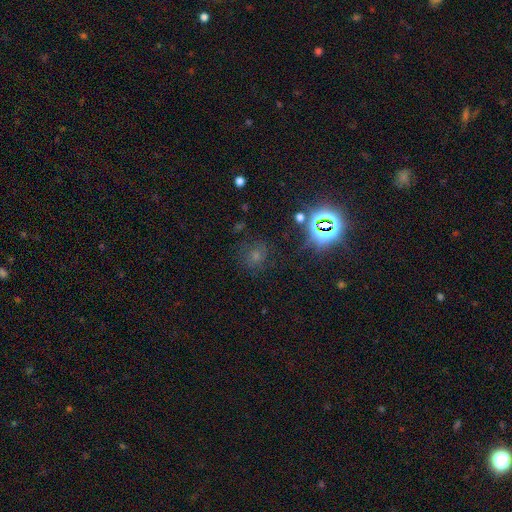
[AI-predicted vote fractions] Smooth or featured? Predicted: star or artifact (p=0.44).